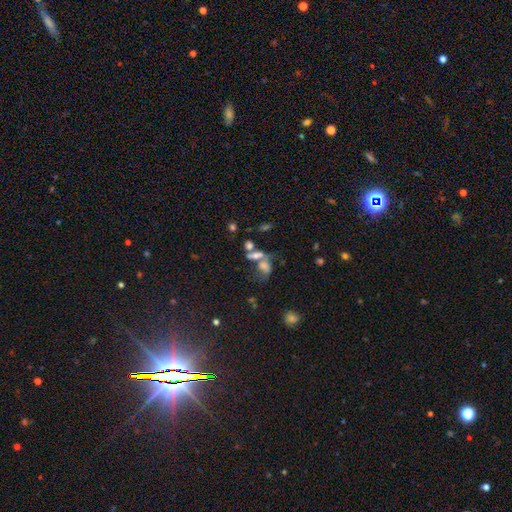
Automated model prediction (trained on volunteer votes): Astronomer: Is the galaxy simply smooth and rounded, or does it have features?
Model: smooth — 50% (runner-up: featured or disk, 30%).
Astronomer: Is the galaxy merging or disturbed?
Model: merger — 54%.